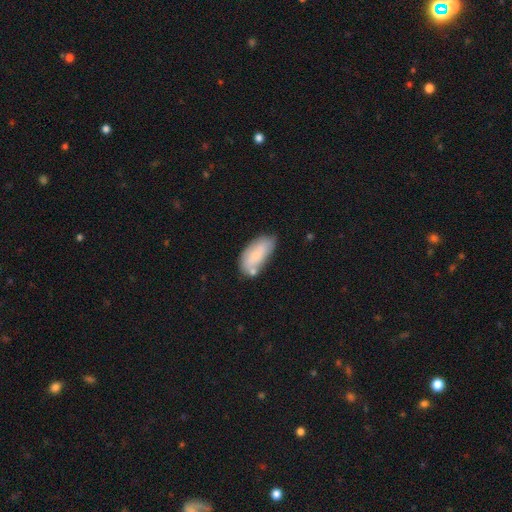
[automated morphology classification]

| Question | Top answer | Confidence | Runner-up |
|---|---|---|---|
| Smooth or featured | smooth | 72% | featured or disk (21%) |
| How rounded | in between | 89% | cigar-shaped (9%) |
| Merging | none | 54% | minor disturbance (26%) |